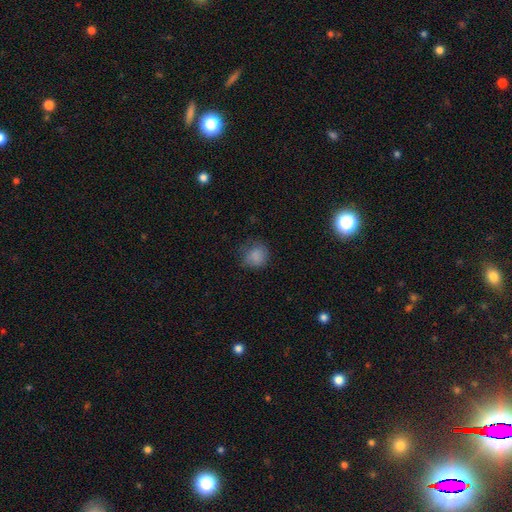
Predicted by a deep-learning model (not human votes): Smooth or featured? smooth (82%)
How rounded? round (77%)
Merging? none (65%)